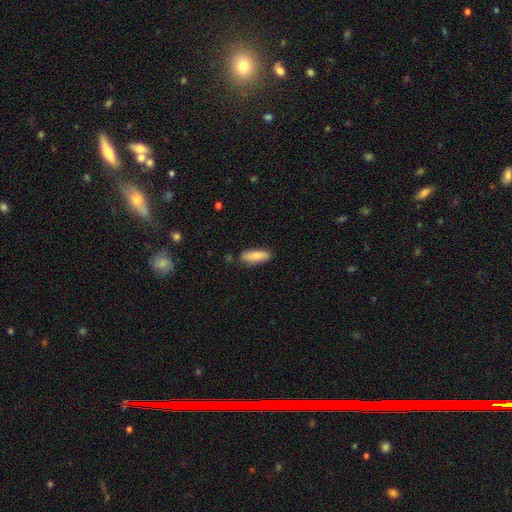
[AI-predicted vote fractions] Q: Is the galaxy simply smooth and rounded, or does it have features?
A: smooth — 85%.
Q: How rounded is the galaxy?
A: in between — 57%.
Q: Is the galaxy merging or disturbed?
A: none — 83%.